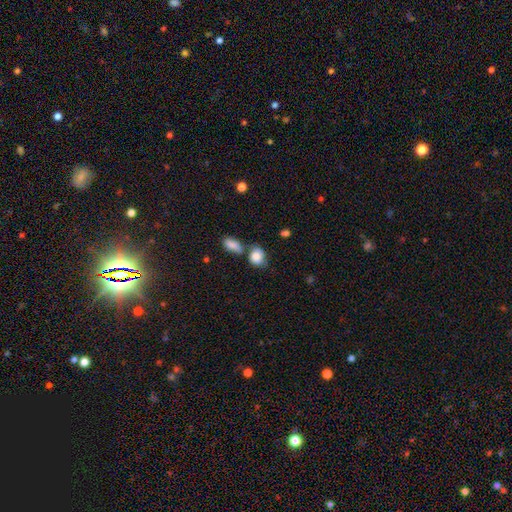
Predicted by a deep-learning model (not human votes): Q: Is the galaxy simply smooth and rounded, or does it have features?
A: smooth — 83%.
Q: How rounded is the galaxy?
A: round — 53%.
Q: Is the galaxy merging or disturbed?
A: none — 47%.